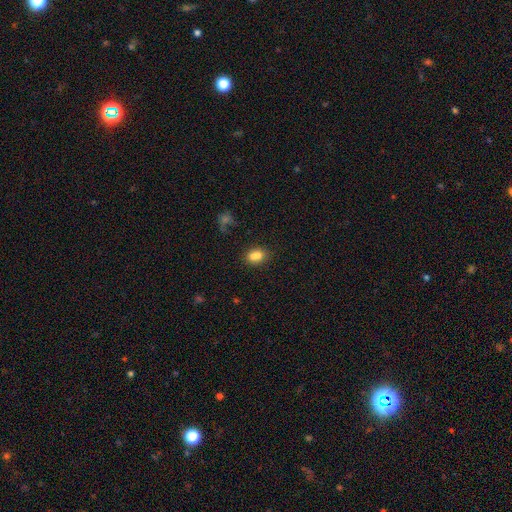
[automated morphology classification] smooth-or-featured: smooth: 78% | star or artifact: 11% | featured or disk: 11%
  how-rounded: in between: 65% | round: 34% | cigar-shaped: 2%
  merging: none: 50% | merger: 32% | minor disturbance: 13% | major disturbance: 5%